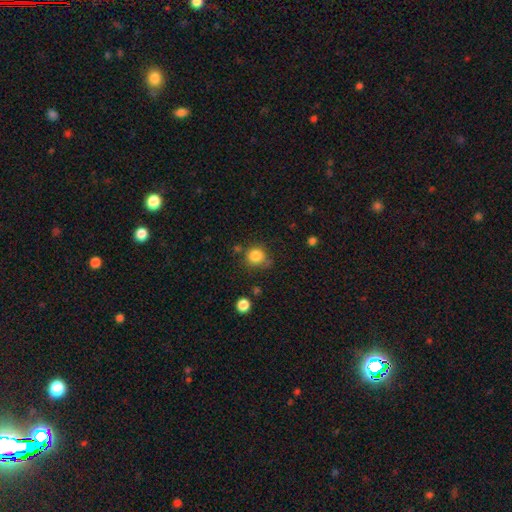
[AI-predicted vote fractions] Smooth or featured? smooth (83%)
How rounded? round (88%)
Merging? none (72%)